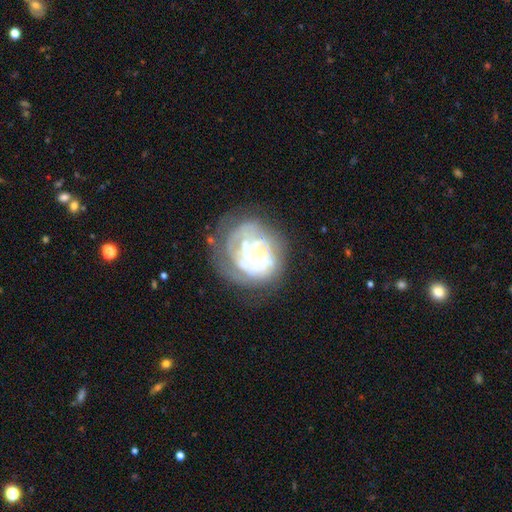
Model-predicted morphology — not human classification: Smooth or featured: featured or disk — 78% (smooth — 14%)
Edge-on disk: no — 98% (yes — 2%)
Bar: no — 78% (weak — 17%)
Spiral arms: yes — 76% (no — 24%)
Spiral winding: tight — 71% (medium — 21%)
Spiral arm count: can't tell — 48% (2 — 15%)
Bulge size: small — 59% (moderate — 34%)
Merging: none — 57% (minor disturbance — 22%)